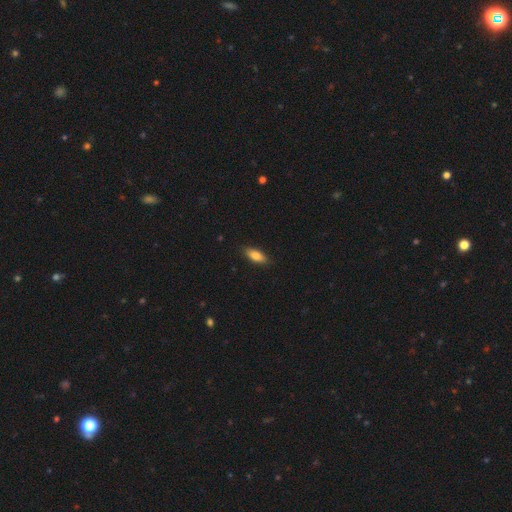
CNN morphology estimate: Smooth or featured: smooth — 81% (featured or disk — 12%)
How rounded: in between — 77% (cigar-shaped — 21%)
Merging: none — 87% (minor disturbance — 10%)